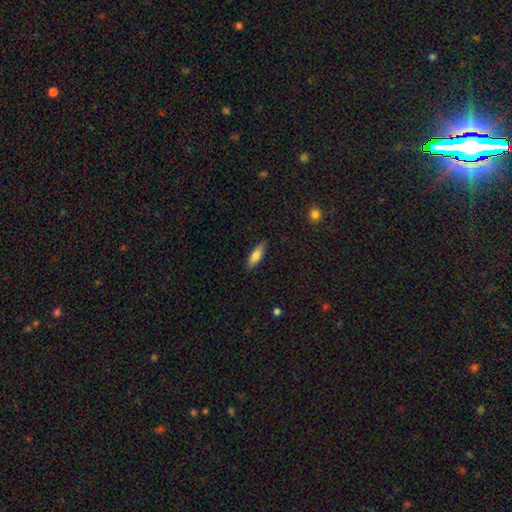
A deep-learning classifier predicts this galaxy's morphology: Smooth or featured: smooth — 75% (featured or disk — 18%)
How rounded: cigar-shaped — 49% (tied with in between — 49%)
Merging: none — 87% (minor disturbance — 10%)